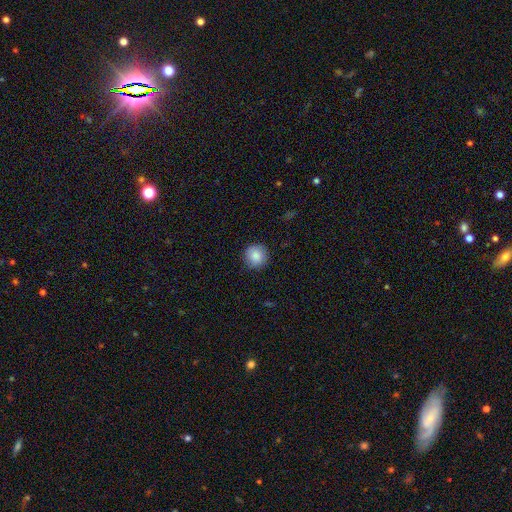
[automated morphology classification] Smooth or featured?
  - smooth: 87% *
  - star or artifact: 8%
  - featured or disk: 5%
How rounded?
  - round: 94% *
  - in between: 5%
  - cigar-shaped: 1%
Merging?
  - none: 89% *
  - minor disturbance: 8%
  - major disturbance: 2%
  - merger: 1%